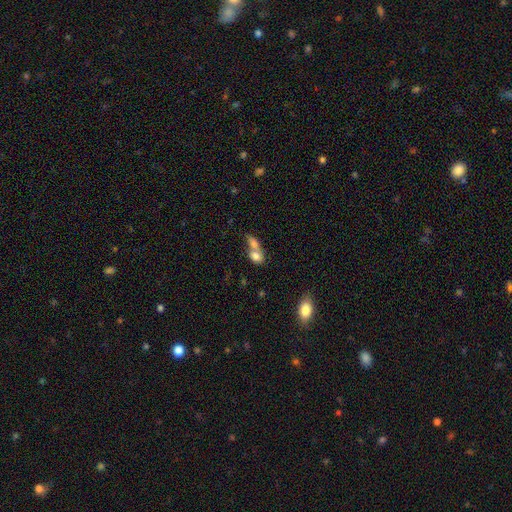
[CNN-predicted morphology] The model was most divided on "how rounded": in between: 69%, round: 28%, cigar-shaped: 3%. More confident: smooth or featured — smooth (78%); merging — merger (71%).